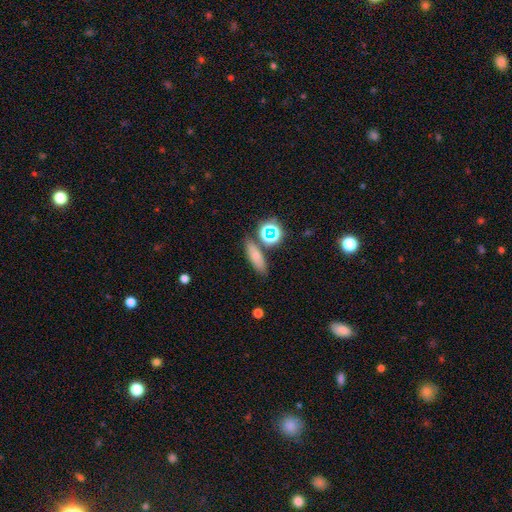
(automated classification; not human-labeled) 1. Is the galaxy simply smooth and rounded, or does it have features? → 67% smooth, 17% featured or disk, 15% star or artifact.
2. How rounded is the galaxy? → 45% in between (tied), 45% cigar-shaped (tied), 10% round.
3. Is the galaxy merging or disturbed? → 76% none, 11% minor disturbance, 9% merger, 4% major disturbance.